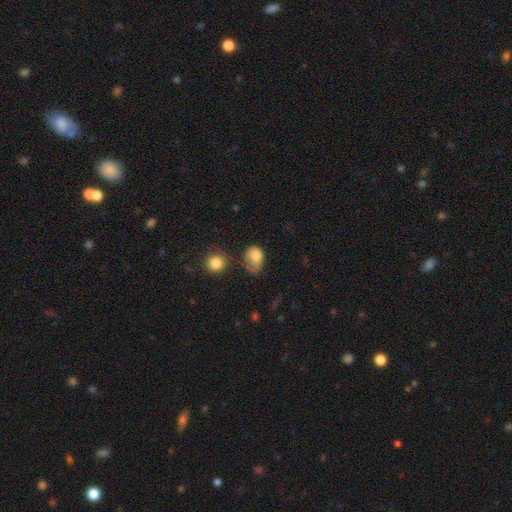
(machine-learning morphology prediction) A smooth galaxy with no disk features (78%) that is in between round and cigar-shaped (69%).

Vote fractions:
- Smooth or featured? smooth: 78% / featured or disk: 14% / star or artifact: 9%
- How rounded? in between: 69% / round: 29% / cigar-shaped: 1%
- Merging? minor disturbance: 38% / major disturbance: 33% / none: 23% / merger: 6%